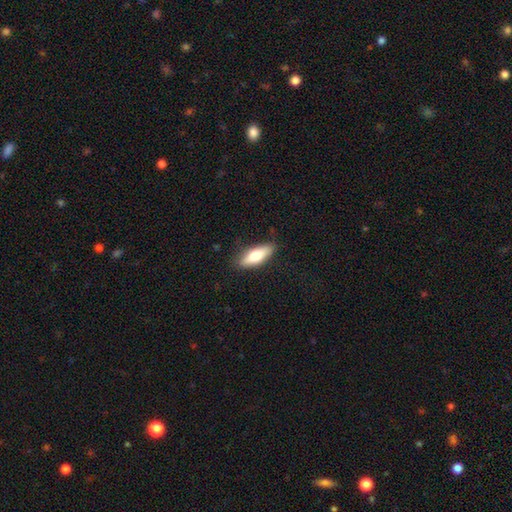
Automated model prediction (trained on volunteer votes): smooth_or_featured: smooth (p=0.75) [alt: featured or disk p=0.19]
how_rounded: in between (p=0.61) [alt: cigar-shaped p=0.37]
merging: none (p=0.83) [alt: minor disturbance p=0.14]